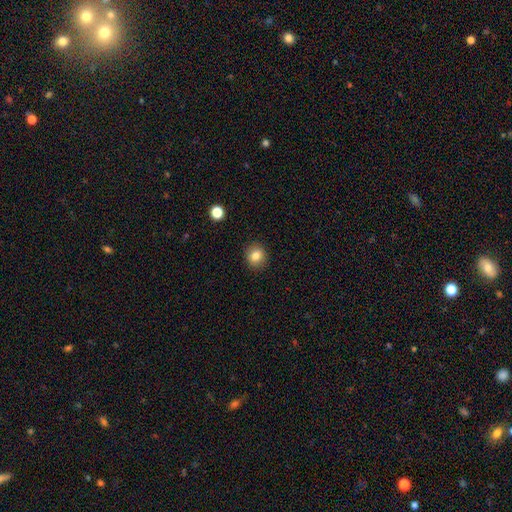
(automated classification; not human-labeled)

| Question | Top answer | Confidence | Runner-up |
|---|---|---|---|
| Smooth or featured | smooth | 83% | star or artifact (10%) |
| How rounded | round | 83% | in between (16%) |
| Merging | none | 90% | minor disturbance (7%) |